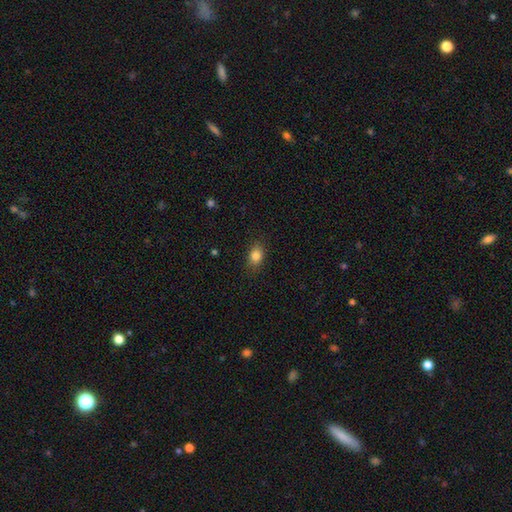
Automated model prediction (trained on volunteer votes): Smooth or featured: smooth — 84% (star or artifact — 10%)
How rounded: in between — 75% (round — 23%)
Merging: none — 85% (minor disturbance — 12%)